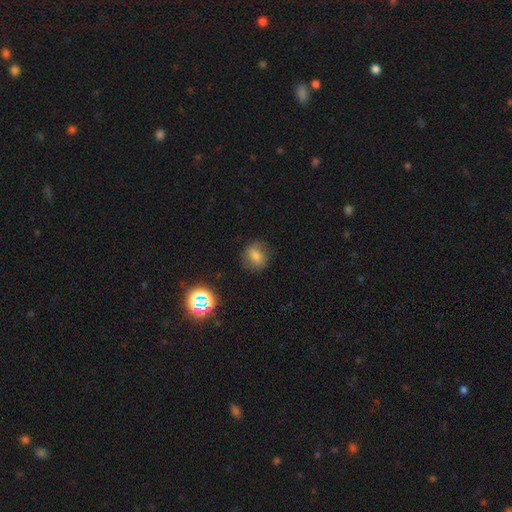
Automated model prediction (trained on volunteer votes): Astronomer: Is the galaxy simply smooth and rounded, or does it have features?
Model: smooth — 71%.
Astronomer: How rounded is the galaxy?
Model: round — 64%.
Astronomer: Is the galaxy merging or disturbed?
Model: none — 80%.